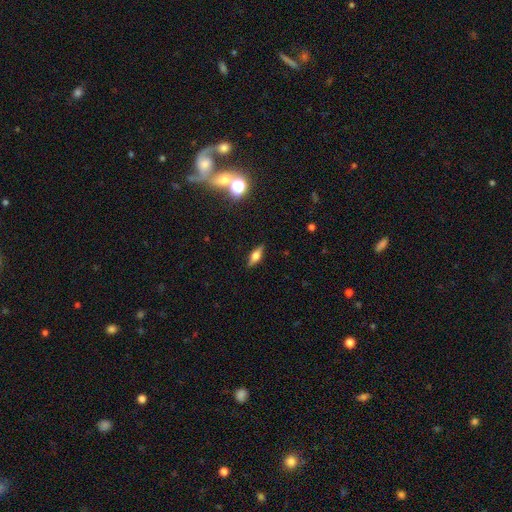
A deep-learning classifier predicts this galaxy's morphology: Smooth or featured? Predicted: featured or disk (p=0.49). Merging? Predicted: none (p=0.87).